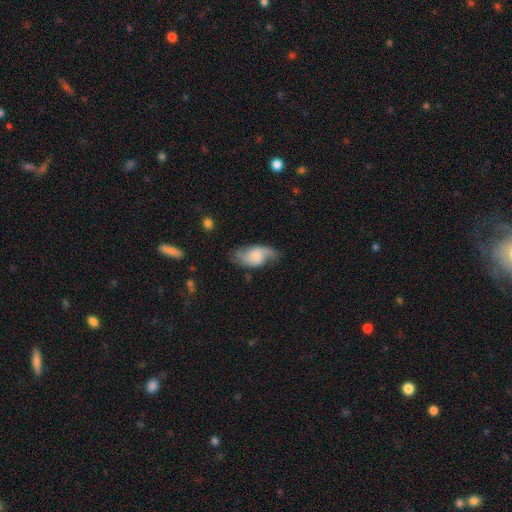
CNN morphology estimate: Smooth or featured: featured or disk — 62% (smooth — 31%)
Edge-on disk: no — 95% (yes — 5%)
Bar: no — 60% (weak — 33%)
Spiral arms: yes — 91% (no — 9%)
Spiral winding: loose — 60% (medium — 30%)
Spiral arm count: 2 — 83% (1 — 6%)
Bulge size: none — 38% (small — 21%)
Merging: none — 61% (minor disturbance — 24%)